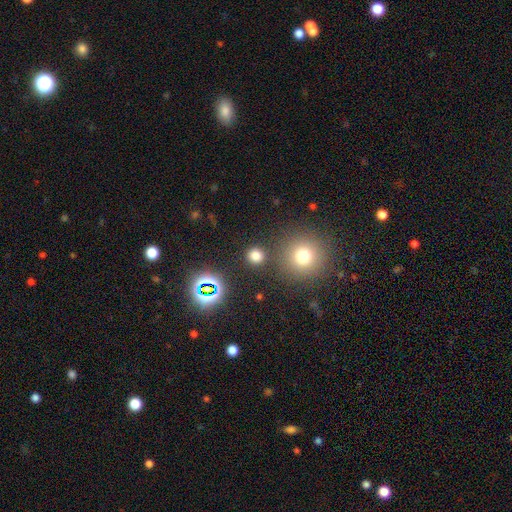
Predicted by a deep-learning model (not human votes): A smooth galaxy with no disk features (72%) that is round (92%). Merging: none (86%).